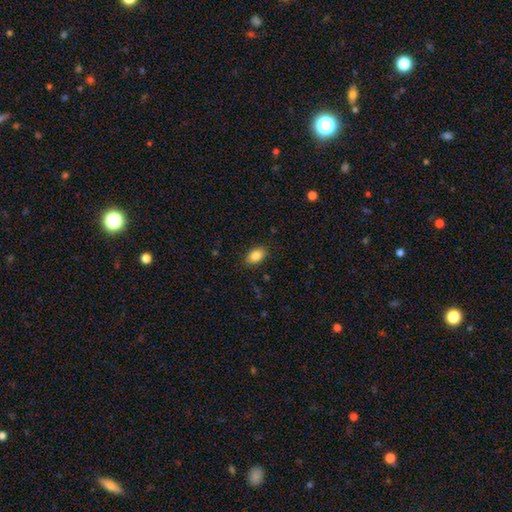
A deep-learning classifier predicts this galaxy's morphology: smooth 85%, star or artifact 8%, featured or disk 7%. Down the decision tree: how rounded — in between (88%); merging — none (87%).